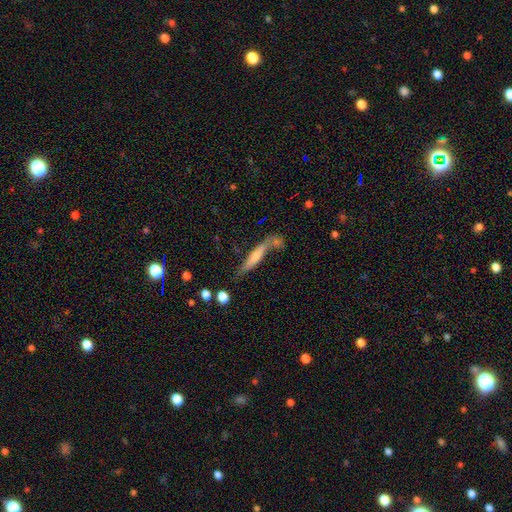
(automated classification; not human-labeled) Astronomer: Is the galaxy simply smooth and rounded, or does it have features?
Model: featured or disk — 52% (runner-up: smooth, 40%).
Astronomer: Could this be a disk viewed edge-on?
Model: yes — 83%.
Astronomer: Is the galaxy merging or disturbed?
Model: none — 49% (runner-up: merger, 24%).